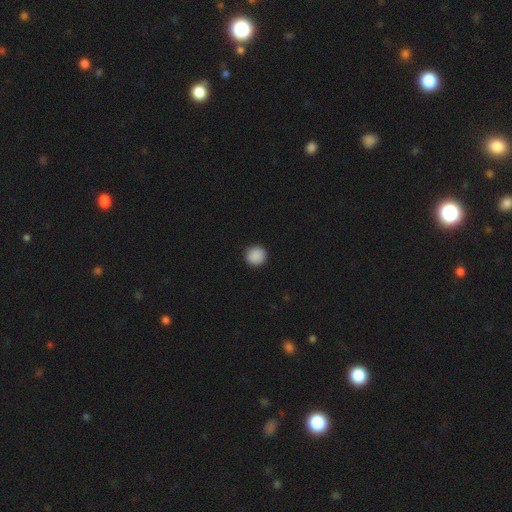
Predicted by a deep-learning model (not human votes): A smooth galaxy with no disk features (89%) that is round (94%).

Vote fractions:
- Smooth or featured? smooth: 89% / star or artifact: 8% / featured or disk: 2%
- How rounded? round: 94% / in between: 5% / cigar-shaped: 1%
- Merging? none: 92% / minor disturbance: 5% / major disturbance: 2% / merger: 1%